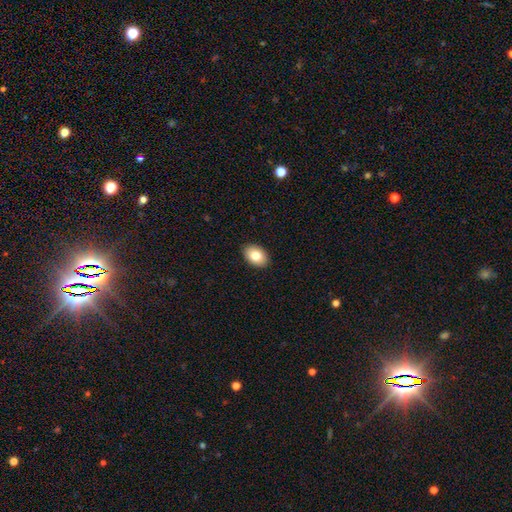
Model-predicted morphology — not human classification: smooth-or-featured: smooth: 81% | featured or disk: 11% | star or artifact: 8%
  how-rounded: in between: 82% | round: 17% | cigar-shaped: 1%
  merging: none: 91% | minor disturbance: 7% | major disturbance: 2% | merger: 1%